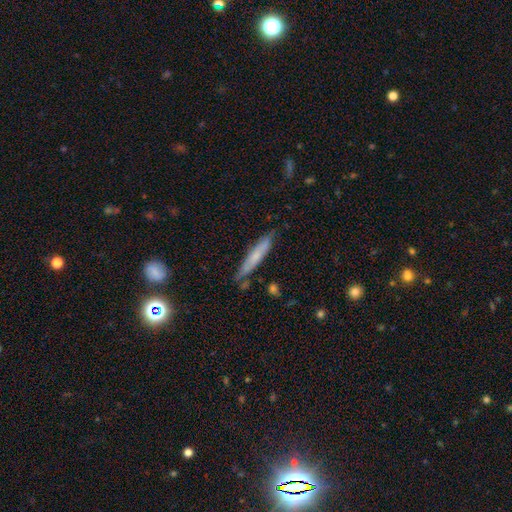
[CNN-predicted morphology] smooth-or-featured: smooth: 56% | featured or disk: 37% | star or artifact: 7%
  how-rounded: cigar-shaped: 91% | in between: 7% | round: 2%
  merging: none: 76% | minor disturbance: 18% | major disturbance: 3% | merger: 3%